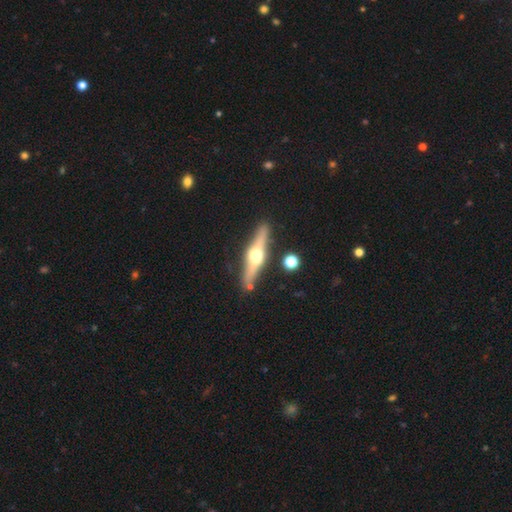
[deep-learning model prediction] A featured or disk galaxy (73%) viewed edge-on (96%) with a rounded central bulge (95%).

Vote fractions:
- Smooth or featured? featured or disk: 73% / smooth: 22% / star or artifact: 5%
- Edge-on disk? yes: 96% / no: 4%
- Edge-on bulge? rounded: 95% / boxy: 3% / none: 2%
- Merging? none: 85% / minor disturbance: 9% / merger: 4% / major disturbance: 2%